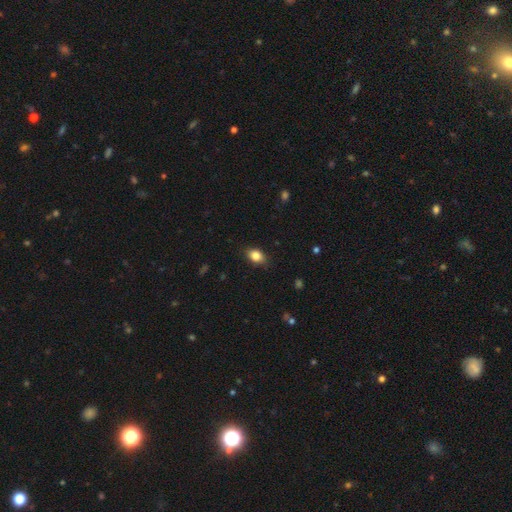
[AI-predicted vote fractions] This is clearly a smooth galaxy (84%). How rounded: likely in between (78%). Merging: clearly none (82%).